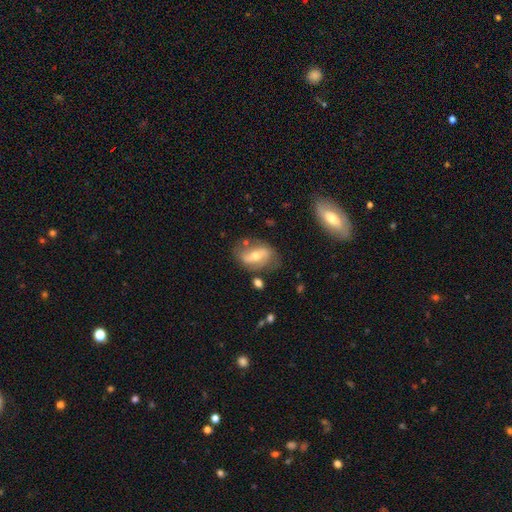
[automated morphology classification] type=featured or disk (64%); edge-on=no (90%); bar=strong (43%); spiral arms=yes (72%); bulge=moderate (60%); merging=none (67%).